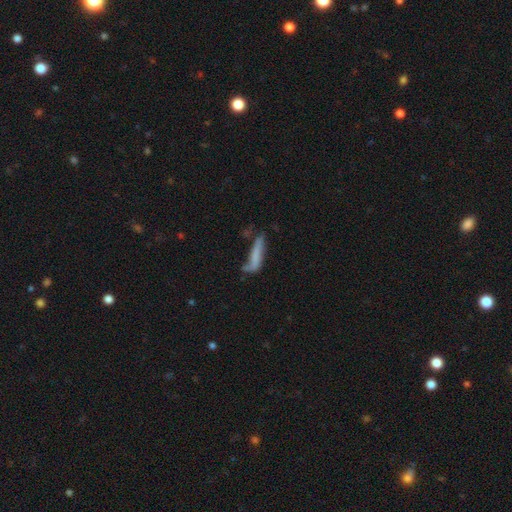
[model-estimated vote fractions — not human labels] A smooth galaxy with no disk features (63%) that is cigar-shaped (80%).

Vote fractions:
- Smooth or featured? smooth: 63% / featured or disk: 27% / star or artifact: 9%
- How rounded? cigar-shaped: 80% / in between: 18% / round: 2%
- Merging? none: 42% / minor disturbance: 29% / major disturbance: 19% / merger: 10%